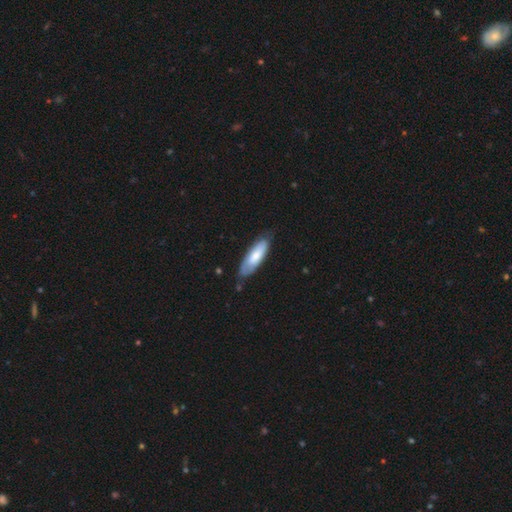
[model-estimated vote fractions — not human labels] Smooth or featured: smooth — 70% (featured or disk — 25%)
How rounded: in between — 54% (cigar-shaped — 45%)
Merging: none — 71% (minor disturbance — 23%)